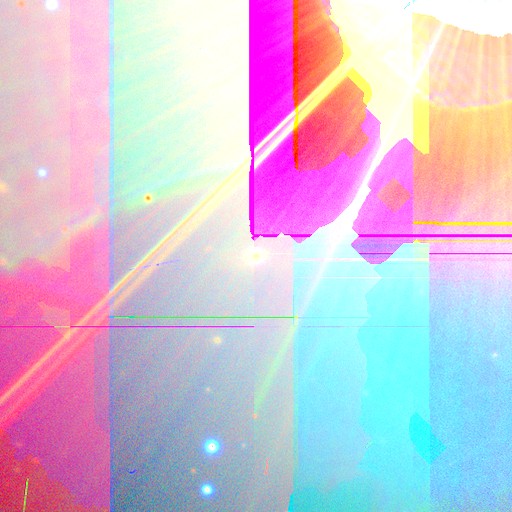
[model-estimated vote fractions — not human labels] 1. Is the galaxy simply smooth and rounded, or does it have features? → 86% star or artifact, 8% featured or disk, 6% smooth.